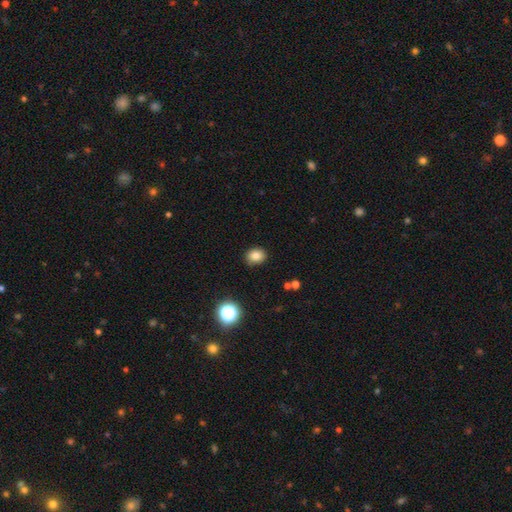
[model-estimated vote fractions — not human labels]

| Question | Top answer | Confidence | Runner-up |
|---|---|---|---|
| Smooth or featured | smooth | 82% | star or artifact (12%) |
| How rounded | round | 51% | in between (48%) |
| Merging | none | 86% | minor disturbance (10%) |